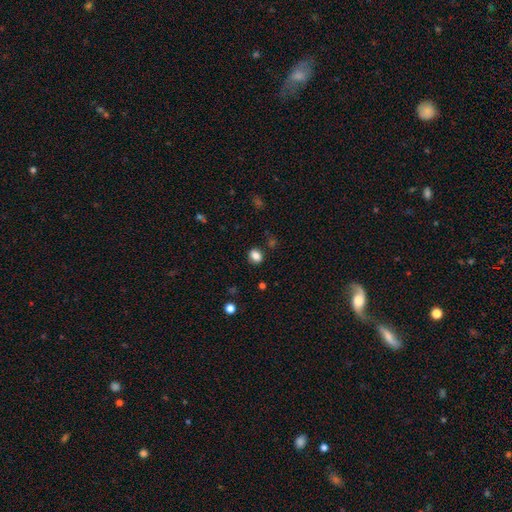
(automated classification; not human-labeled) This is clearly a smooth galaxy (84%). How rounded: possibly round (53%). Merging: clearly none (84%).